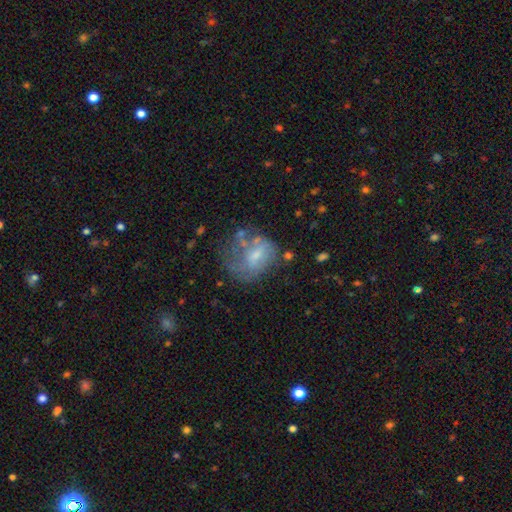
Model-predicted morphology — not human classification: This appears to be a featured or disk galaxy (45%). Merging: major disturbance (36%).